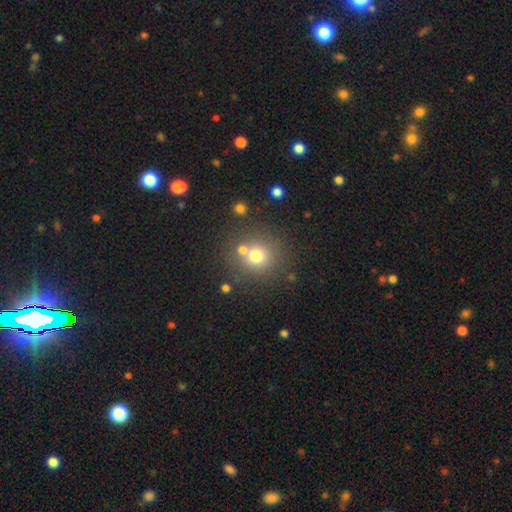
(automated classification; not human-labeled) A smooth galaxy with no disk features (71%) that is round (90%). Merging: none (67%).